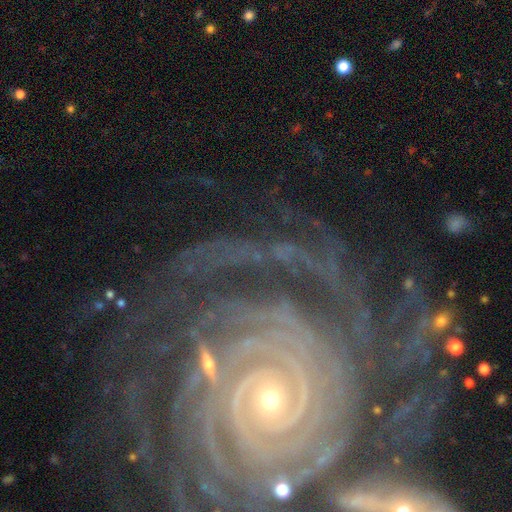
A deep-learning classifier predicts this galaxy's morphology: Q: Smooth or featured?
A: featured or disk (91%); runner-up: star or artifact (6%)
Q: Edge-on disk?
A: no (98%); runner-up: yes (2%)
Q: Bar?
A: no (64%); runner-up: weak (19%)
Q: Spiral arms?
A: yes (99%); runner-up: no (1%)
Q: Spiral winding?
A: tight (89%); runner-up: medium (9%)
Q: Spiral arm count?
A: more than 4 (30%); runner-up: 4 (17%)
Q: Bulge size?
A: small (77%); runner-up: moderate (20%)
Q: Merging?
A: none (68%); runner-up: minor disturbance (15%)